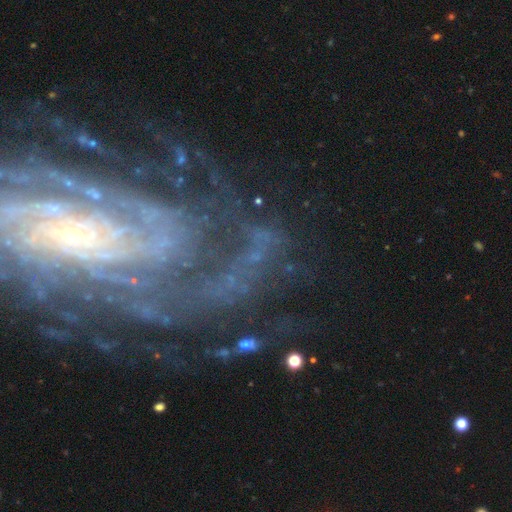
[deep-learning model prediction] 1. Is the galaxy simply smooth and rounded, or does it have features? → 87% featured or disk, 8% star or artifact, 5% smooth.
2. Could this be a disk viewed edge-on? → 95% no, 5% yes.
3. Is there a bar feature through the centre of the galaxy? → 60% no, 25% weak, 15% strong.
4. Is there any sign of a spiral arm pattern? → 97% yes, 3% no.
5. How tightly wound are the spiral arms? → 69% tight, 25% medium, 6% loose.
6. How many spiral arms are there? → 26% can't tell, 20% more than 4, 17% 4, 14% 2, 14% 3, 10% 1.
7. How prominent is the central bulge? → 77% small, 12% moderate, 6% none, 3% large, 1% dominant.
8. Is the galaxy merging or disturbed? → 72% none, 14% minor disturbance, 12% major disturbance, 2% merger.